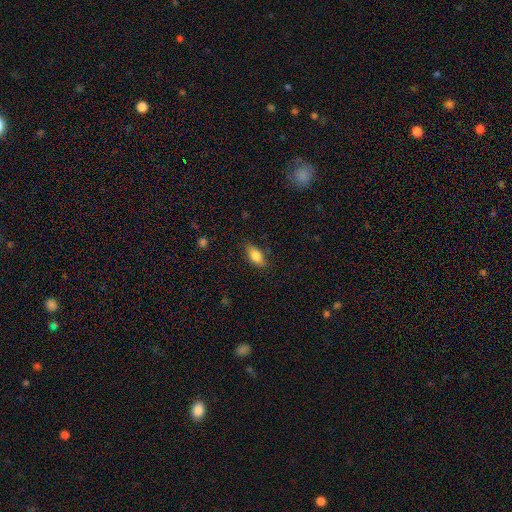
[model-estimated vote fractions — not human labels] smooth-or-featured: smooth: 80% | featured or disk: 12% | star or artifact: 8%
  how-rounded: in between: 85% | cigar-shaped: 11% | round: 4%
  merging: none: 80% | minor disturbance: 15% | major disturbance: 3% | merger: 1%